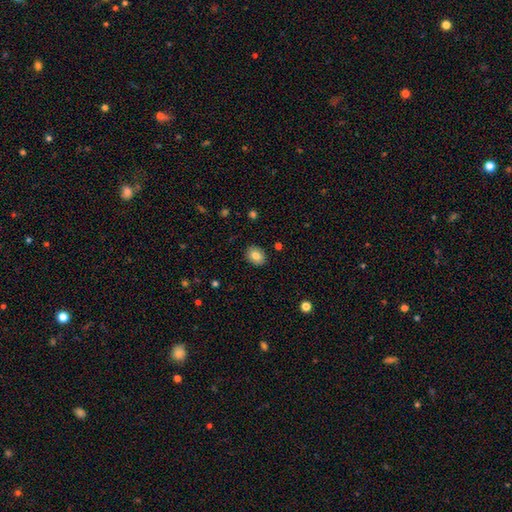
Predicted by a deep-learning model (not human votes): Morphology: type=smooth (82%); roundness=in between (55%); merging=none (89%).